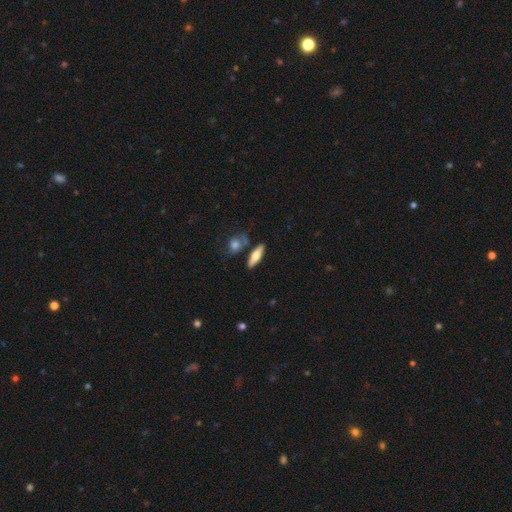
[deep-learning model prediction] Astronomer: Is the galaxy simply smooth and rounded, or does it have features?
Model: smooth — 62%.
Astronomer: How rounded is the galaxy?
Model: cigar-shaped — 53% (runner-up: in between, 44%).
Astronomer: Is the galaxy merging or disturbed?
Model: none — 77%.